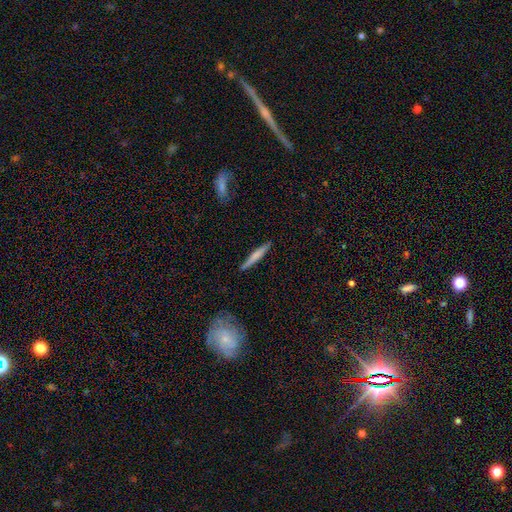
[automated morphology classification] This is likely a smooth galaxy (64%). How rounded: clearly cigar-shaped (95%). Merging: clearly none (89%).